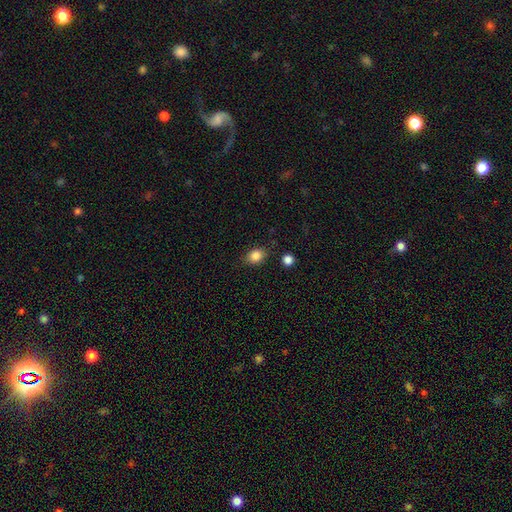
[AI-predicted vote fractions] This is clearly a smooth galaxy (85%). How rounded: possibly in between (58%). Merging: clearly none (81%).